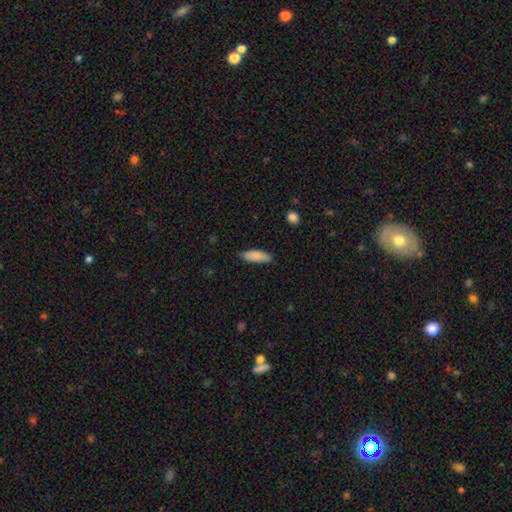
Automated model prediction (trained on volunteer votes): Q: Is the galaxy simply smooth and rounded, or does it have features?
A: smooth — 87%.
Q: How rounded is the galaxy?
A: in between — 61%.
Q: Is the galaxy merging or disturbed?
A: none — 78%.